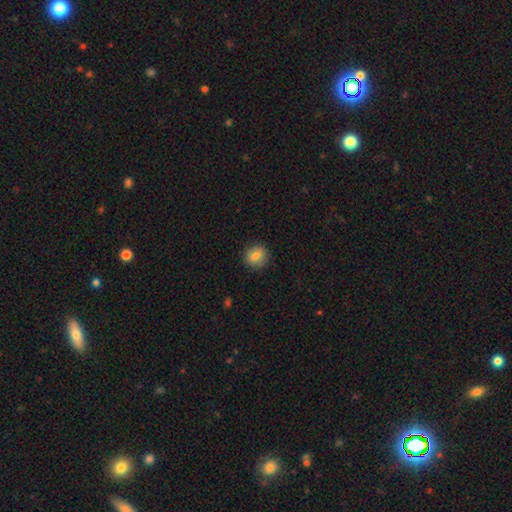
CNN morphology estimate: A smooth galaxy with no disk features (79%) that is round (77%).

Vote fractions:
- Smooth or featured? smooth: 79% / featured or disk: 11% / star or artifact: 9%
- How rounded? round: 77% / in between: 21% / cigar-shaped: 1%
- Merging? none: 87% / minor disturbance: 9% / major disturbance: 2% / merger: 1%